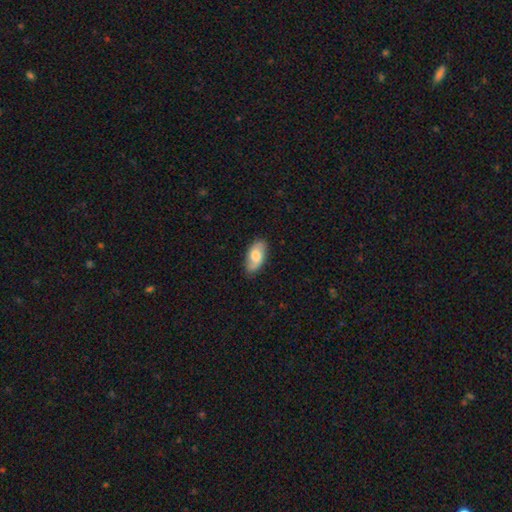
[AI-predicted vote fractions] The model was most divided on "smooth or featured": smooth: 57%, featured or disk: 37%, star or artifact: 6%. More confident: how rounded — in between (92%); merging — none (83%).